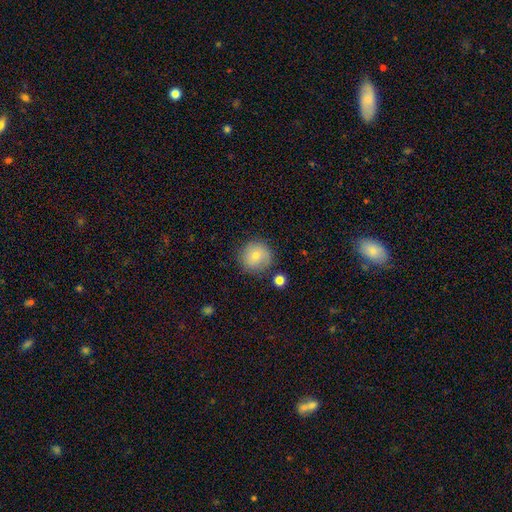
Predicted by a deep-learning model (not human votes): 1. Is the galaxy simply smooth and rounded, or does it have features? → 73% smooth, 17% featured or disk, 9% star or artifact.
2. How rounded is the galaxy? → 94% round, 5% in between, 1% cigar-shaped.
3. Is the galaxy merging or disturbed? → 80% none, 13% minor disturbance, 4% major disturbance, 3% merger.